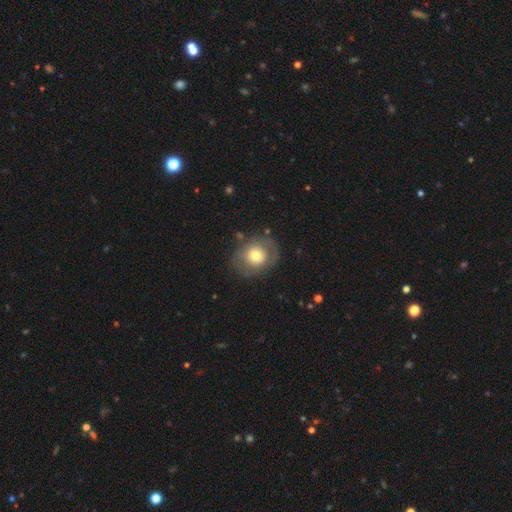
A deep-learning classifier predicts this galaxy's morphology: Smooth or featured: smooth — 63% (featured or disk — 29%)
How rounded: round — 65% (in between — 34%)
Merging: none — 74% (minor disturbance — 16%)